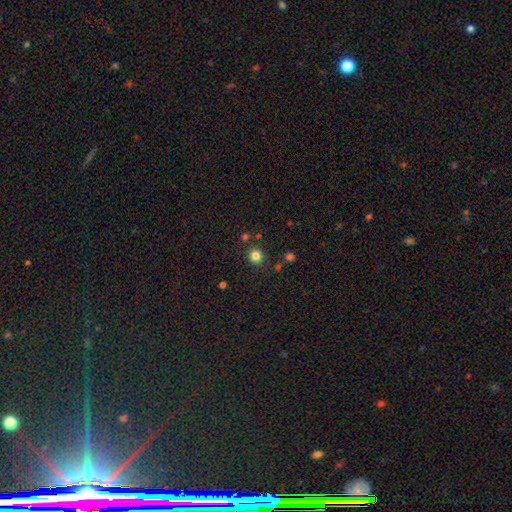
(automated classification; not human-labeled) smooth-or-featured: smooth: 81% | star or artifact: 14% | featured or disk: 5%
  how-rounded: round: 90% | in between: 9% | cigar-shaped: 1%
  merging: none: 87% | minor disturbance: 7% | merger: 4% | major disturbance: 2%